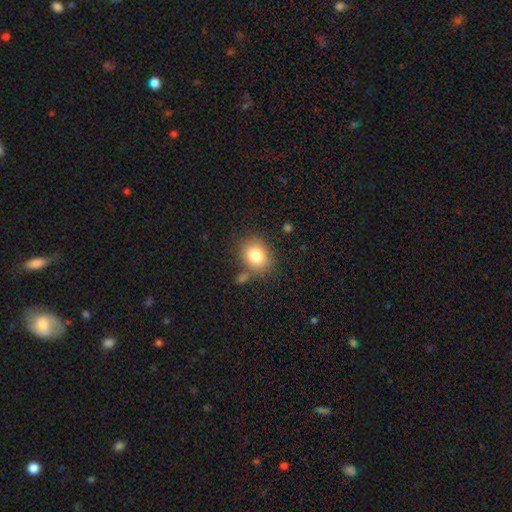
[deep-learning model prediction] smooth-or-featured: smooth: 82% | star or artifact: 9% | featured or disk: 9%
  how-rounded: round: 55% | in between: 44% | cigar-shaped: 1%
  merging: none: 72% | minor disturbance: 14% | merger: 8% | major disturbance: 5%